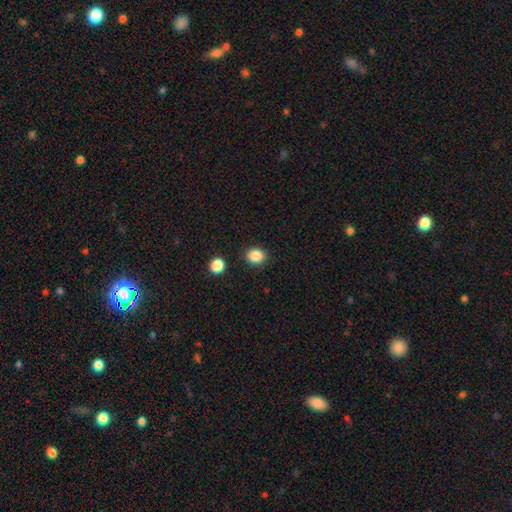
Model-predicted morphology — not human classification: A smooth galaxy with no disk features (86%) that is round (64%). Merging: none (87%).